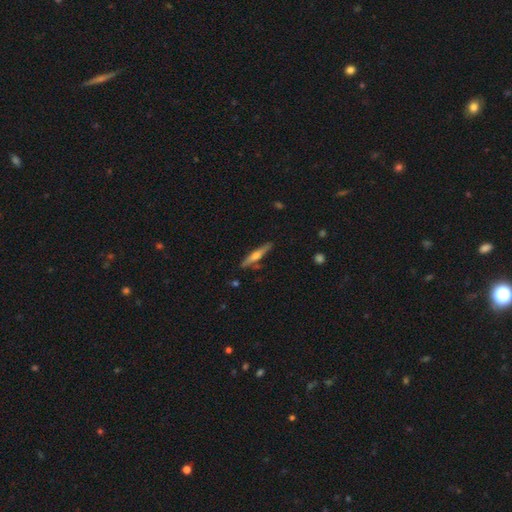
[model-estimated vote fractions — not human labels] Smooth or featured? Predicted: featured or disk (p=0.54). Edge-on disk? Predicted: yes (p=0.95). Edge-on bulge? Predicted: rounded (p=0.83). Merging? Predicted: none (p=0.82).